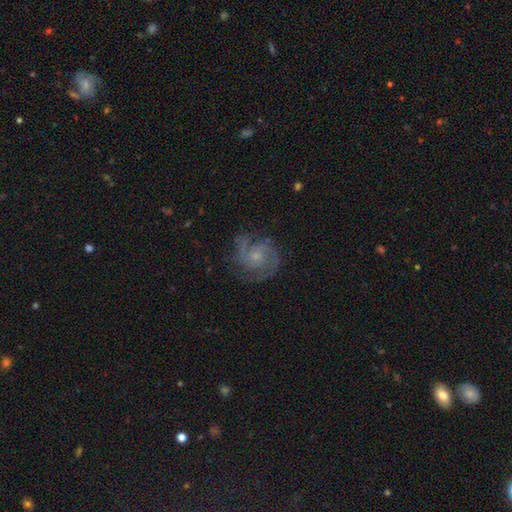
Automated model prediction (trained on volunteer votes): The model was most divided on "spiral winding": medium: 47%, tight: 41%, loose: 12%. More confident: edge-on disk — no (98%); spiral arms — yes (96%); smooth or featured — featured or disk (83%); merging — none (72%); bar — no (72%); bulge size — small (68%); spiral arm count — 2 (53%).